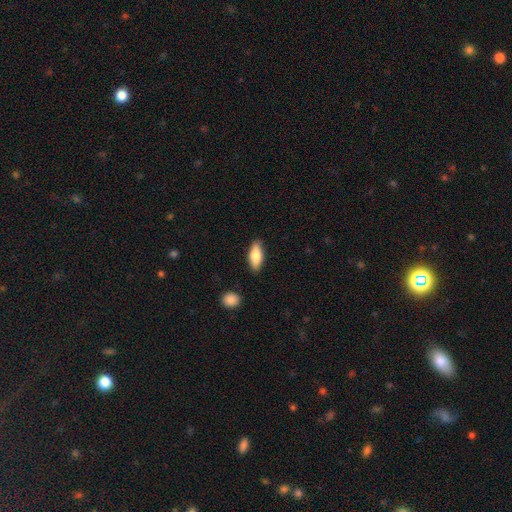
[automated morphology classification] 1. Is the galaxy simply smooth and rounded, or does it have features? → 77% smooth, 17% featured or disk, 6% star or artifact.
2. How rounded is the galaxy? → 78% in between, 20% cigar-shaped, 3% round.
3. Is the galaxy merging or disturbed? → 84% none, 12% minor disturbance, 2% major disturbance, 2% merger.